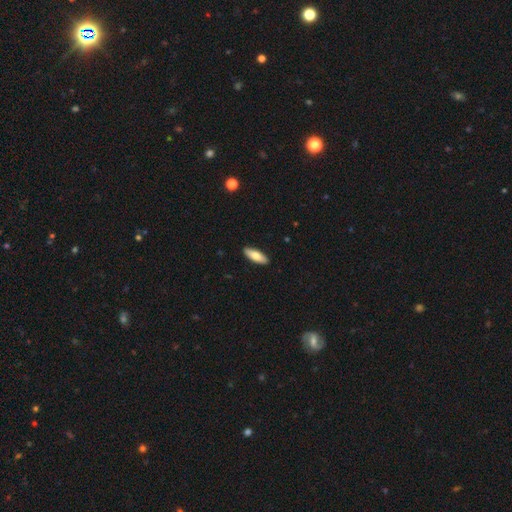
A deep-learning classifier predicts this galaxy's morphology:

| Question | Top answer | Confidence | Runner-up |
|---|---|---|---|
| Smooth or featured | smooth | 77% | featured or disk (18%) |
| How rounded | in between | 63% | cigar-shaped (35%) |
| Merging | none | 90% | minor disturbance (7%) |